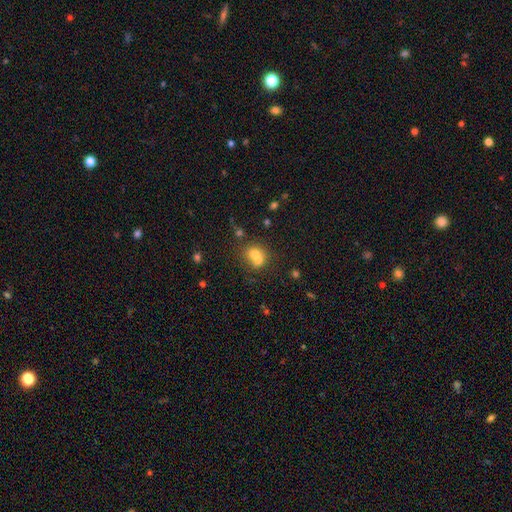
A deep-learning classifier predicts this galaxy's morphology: type=smooth (67%); roundness=round (73%); merging=merger (59%).